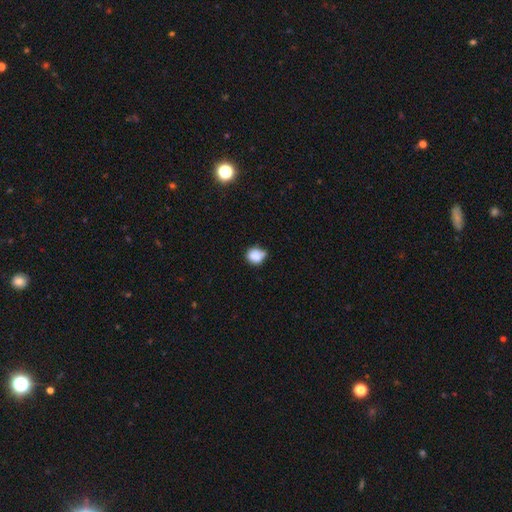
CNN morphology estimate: This is clearly a smooth galaxy (82%). How rounded: likely round (77%). Merging: possibly none (51%).